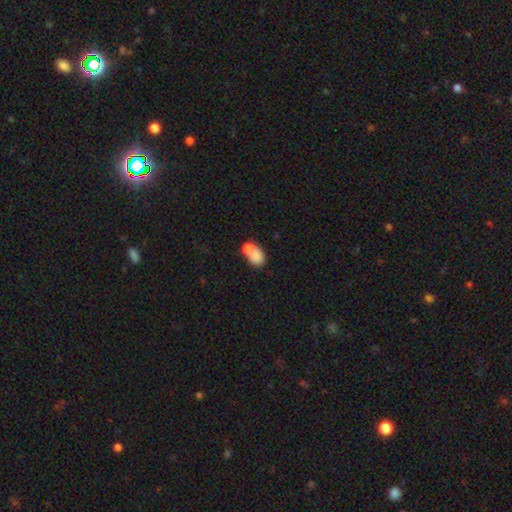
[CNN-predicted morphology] smooth_or_featured: smooth (p=0.77) [alt: featured or disk p=0.14]
how_rounded: in between (p=0.64) [alt: round p=0.35]
merging: merger (p=0.55) [alt: none p=0.29]